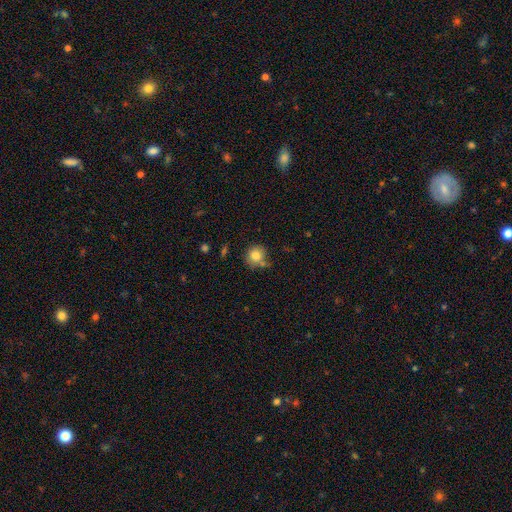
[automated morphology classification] The model was most divided on "merging": none: 64%, minor disturbance: 18%, merger: 12%, major disturbance: 5%. More confident: how rounded — round (87%); smooth or featured — smooth (82%).